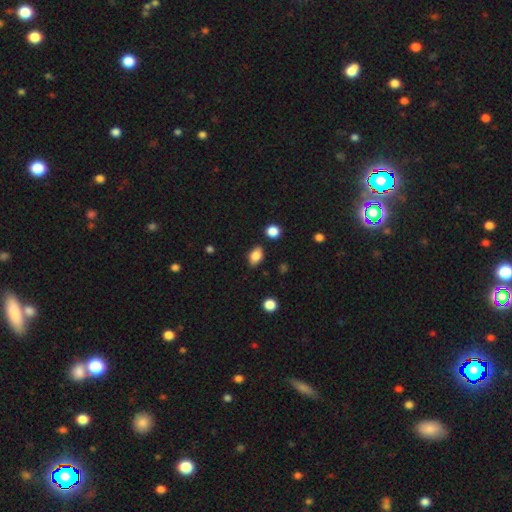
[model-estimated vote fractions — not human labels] smooth 83%, star or artifact 9%, featured or disk 8%. Down the decision tree: how rounded — in between (85%); merging — none (81%).